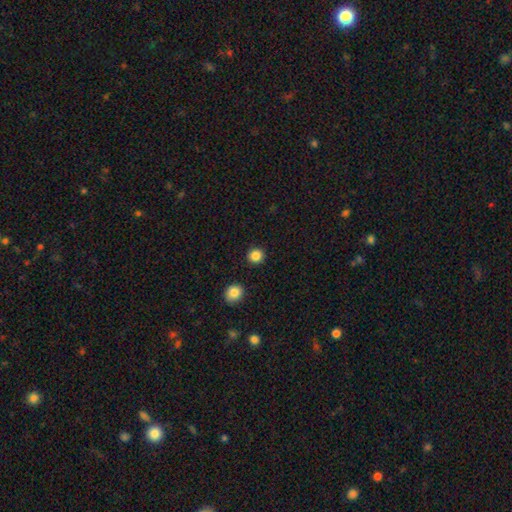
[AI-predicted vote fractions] A smooth galaxy with no disk features (86%) that is round (93%).

Vote fractions:
- Smooth or featured? smooth: 86% / star or artifact: 11% / featured or disk: 4%
- How rounded? round: 93% / in between: 6% / cigar-shaped: 1%
- Merging? none: 92% / minor disturbance: 5% / merger: 2% / major disturbance: 2%